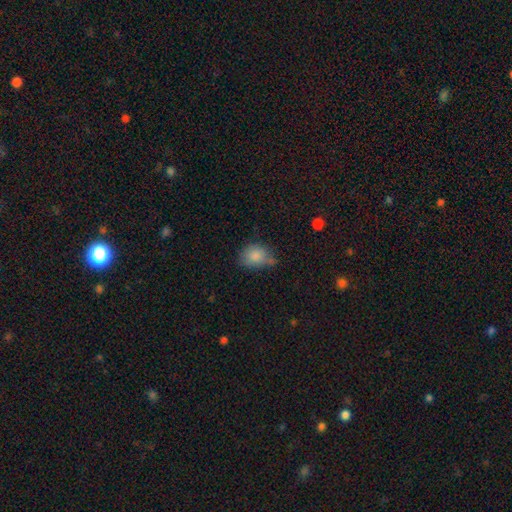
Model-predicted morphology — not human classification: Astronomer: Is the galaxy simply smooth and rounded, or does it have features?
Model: smooth — 84%.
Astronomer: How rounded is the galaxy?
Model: in between — 54% (runner-up: round, 45%).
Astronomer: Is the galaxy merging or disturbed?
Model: none — 51% (runner-up: minor disturbance, 32%).